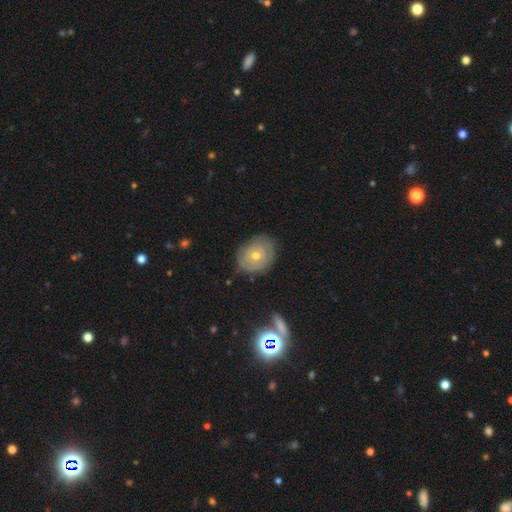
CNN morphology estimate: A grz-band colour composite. It shows a featured or disk galaxy (60%) with no bar (85%), spiral arms (65%) and a moderate central bulge (51%). Merging: none (78%).